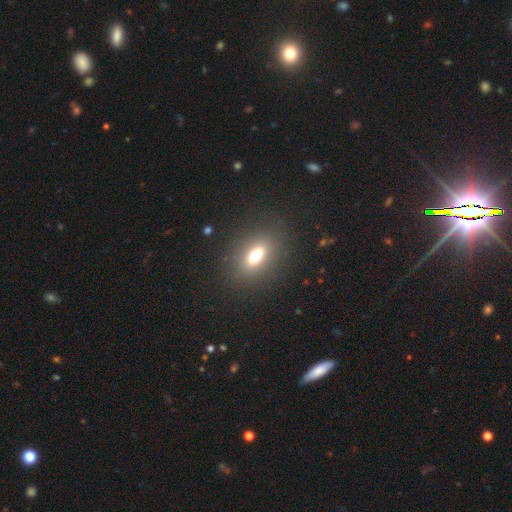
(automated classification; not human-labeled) The model was most divided on "smooth or featured": smooth: 68%, featured or disk: 19%, star or artifact: 13%. More confident: merging — none (85%); how rounded — in between (77%).